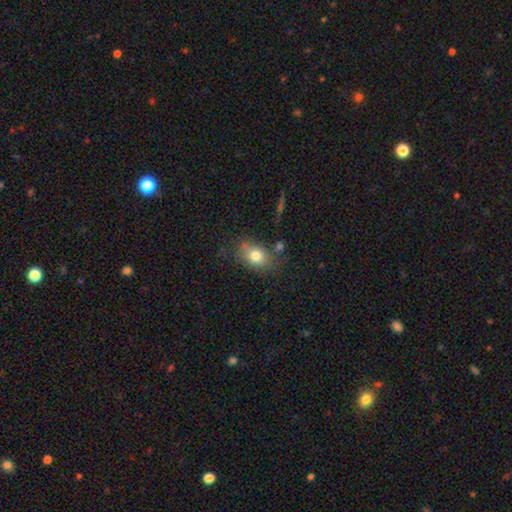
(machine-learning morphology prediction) type=smooth (77%); roundness=in between (67%); merging=none (68%).